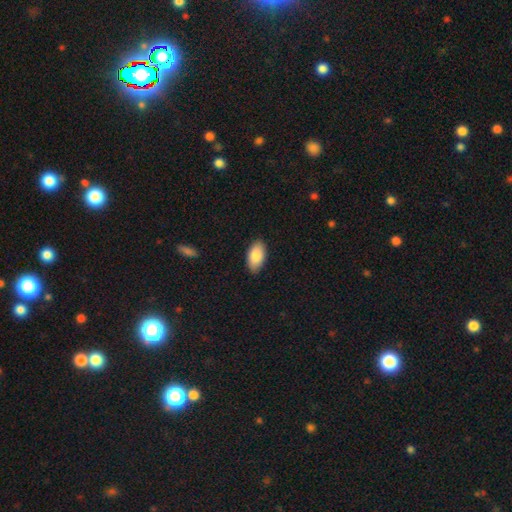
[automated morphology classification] Smooth or featured? smooth (86%)
How rounded? in between (95%)
Merging? none (86%)